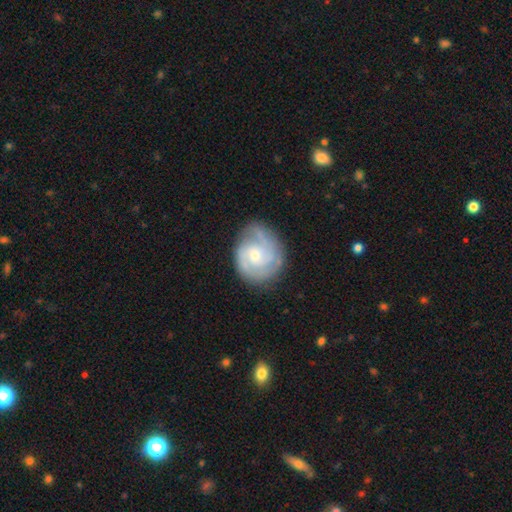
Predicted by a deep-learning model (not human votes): Overall: featured or disk (79%). Edge-on disk: no (98%). Bar: no (64%; weak 32%). Spiral arms: yes (95%). Spiral arm count: 2 (42%; 3 27%). Spiral winding: tight (47%; medium 42%). Bulge size: small (54%; moderate 41%). Merging: none (74%).